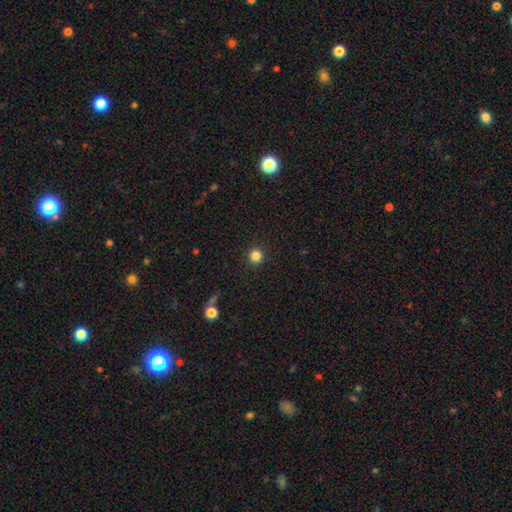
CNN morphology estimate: smooth_or_featured: smooth (p=0.84) [alt: star or artifact p=0.11]
how_rounded: round (p=0.95) [alt: in between p=0.04]
merging: none (p=0.92) [alt: minor disturbance p=0.05]